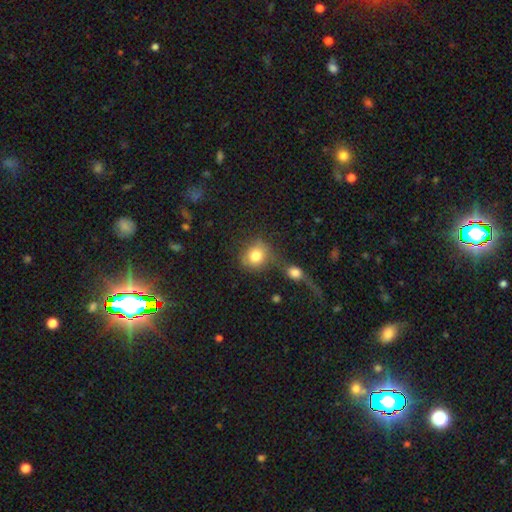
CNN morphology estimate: Smooth or featured: smooth — 80% (featured or disk — 10%)
How rounded: round — 79% (in between — 19%)
Merging: none — 57% (merger — 21%)